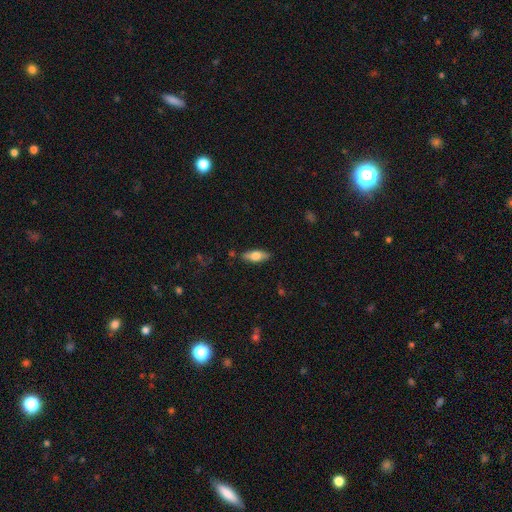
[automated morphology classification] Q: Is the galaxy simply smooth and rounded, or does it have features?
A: smooth — 67%.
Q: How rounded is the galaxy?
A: in between — 69%.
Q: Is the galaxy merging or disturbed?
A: none — 85%.